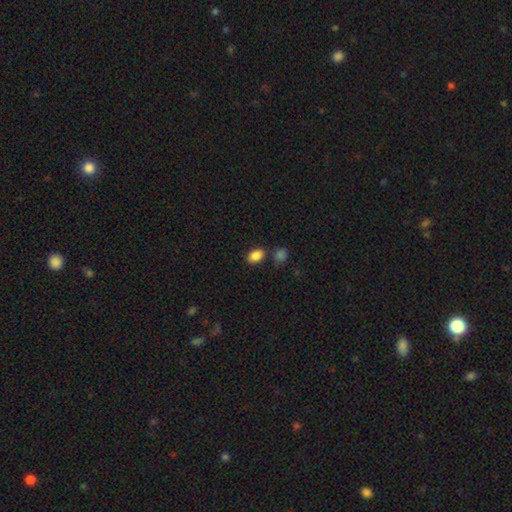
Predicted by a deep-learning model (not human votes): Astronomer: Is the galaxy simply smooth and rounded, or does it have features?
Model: smooth — 87%.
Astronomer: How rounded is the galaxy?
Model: in between — 85%.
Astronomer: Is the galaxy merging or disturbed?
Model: none — 77%.